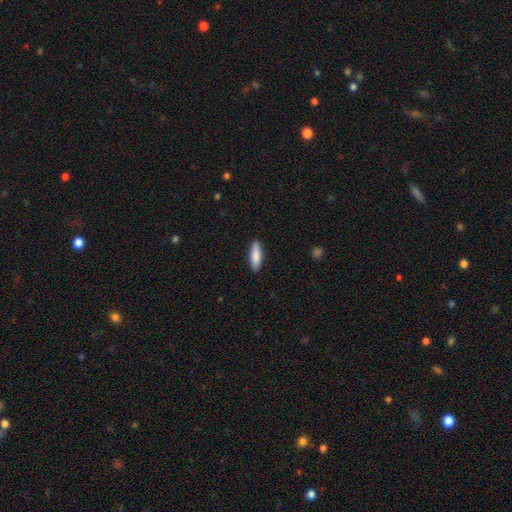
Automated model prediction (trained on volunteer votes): smooth-or-featured: smooth: 85% | featured or disk: 9% | star or artifact: 5%
  how-rounded: cigar-shaped: 58% | in between: 40% | round: 2%
  merging: none: 89% | minor disturbance: 8% | major disturbance: 2% | merger: 1%